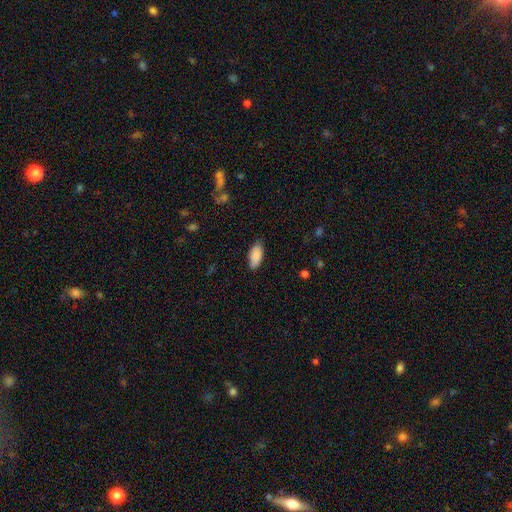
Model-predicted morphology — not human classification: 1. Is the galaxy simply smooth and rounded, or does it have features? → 89% smooth, 6% star or artifact, 4% featured or disk.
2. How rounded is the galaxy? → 89% in between, 9% cigar-shaped, 2% round.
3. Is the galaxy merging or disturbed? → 84% none, 13% minor disturbance, 2% major disturbance, 1% merger.